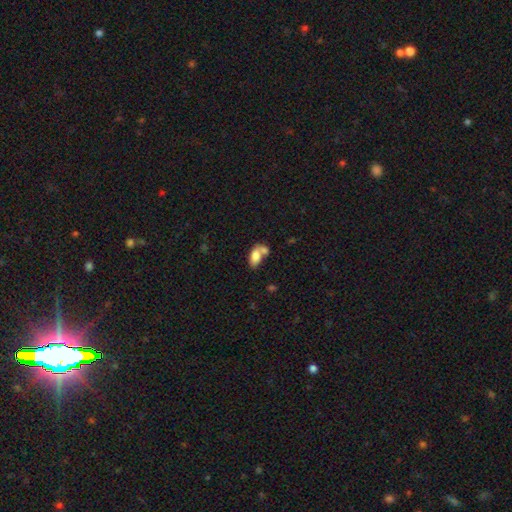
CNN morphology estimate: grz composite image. It shows a smooth galaxy with no disk features (78%) that is in between round and cigar-shaped (91%). Merging: merger (54%).